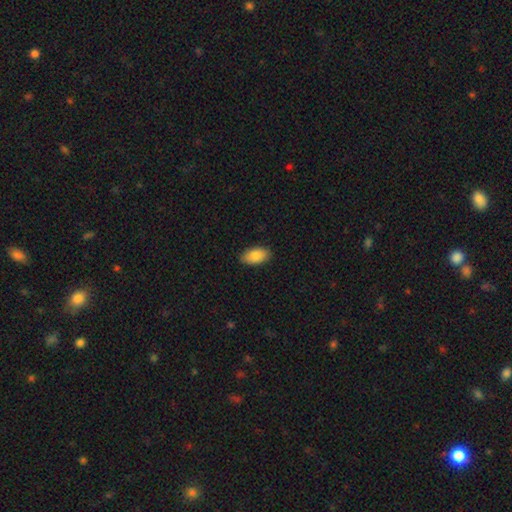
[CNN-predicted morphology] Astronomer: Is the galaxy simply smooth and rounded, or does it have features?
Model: smooth — 86%.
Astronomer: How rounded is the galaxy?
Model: in between — 95%.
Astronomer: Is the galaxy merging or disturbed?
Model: none — 89%.